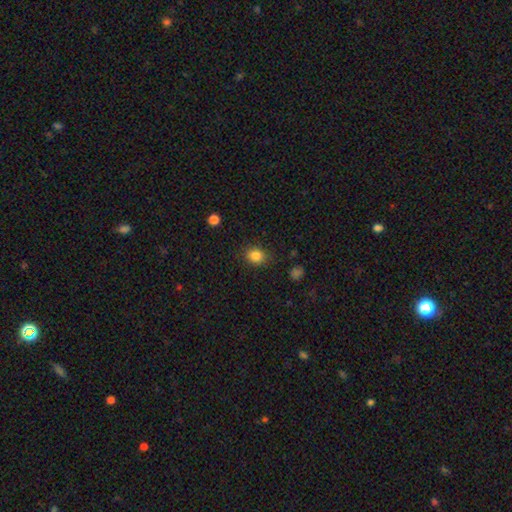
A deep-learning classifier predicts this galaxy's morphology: Q: Smooth or featured?
A: smooth (84%); runner-up: star or artifact (11%)
Q: How rounded?
A: round (64%); runner-up: in between (35%)
Q: Merging?
A: none (86%); runner-up: minor disturbance (10%)